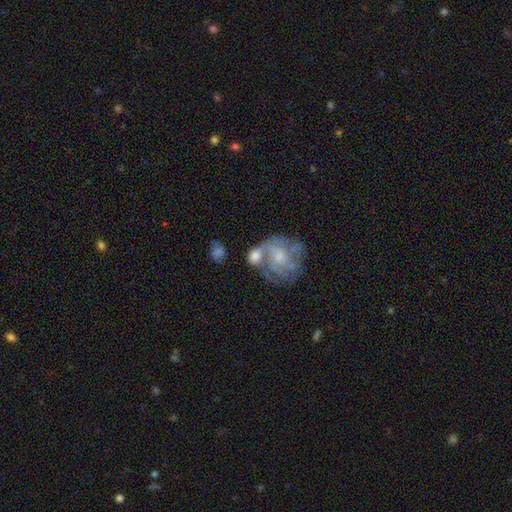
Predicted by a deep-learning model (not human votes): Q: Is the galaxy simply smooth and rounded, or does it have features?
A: featured or disk — 58%.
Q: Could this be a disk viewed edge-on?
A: no — 97%.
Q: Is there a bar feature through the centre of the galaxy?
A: no — 71%.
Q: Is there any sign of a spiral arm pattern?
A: yes — 73%.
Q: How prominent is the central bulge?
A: moderate — 43%.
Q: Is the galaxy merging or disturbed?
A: merger — 40%.